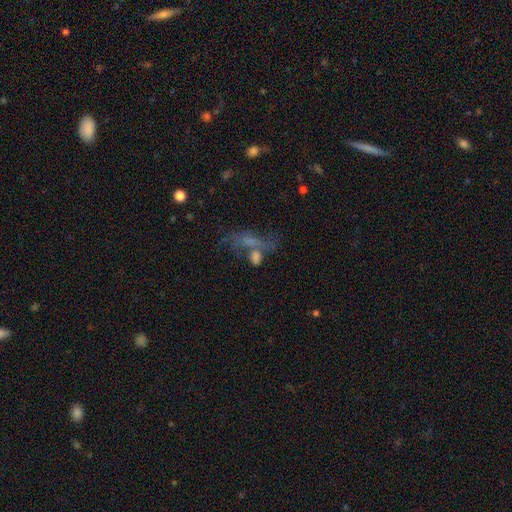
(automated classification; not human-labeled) smooth_or_featured: smooth (p=0.47) [alt: featured or disk p=0.32]
merging: merger (p=0.33) [alt: none p=0.31]